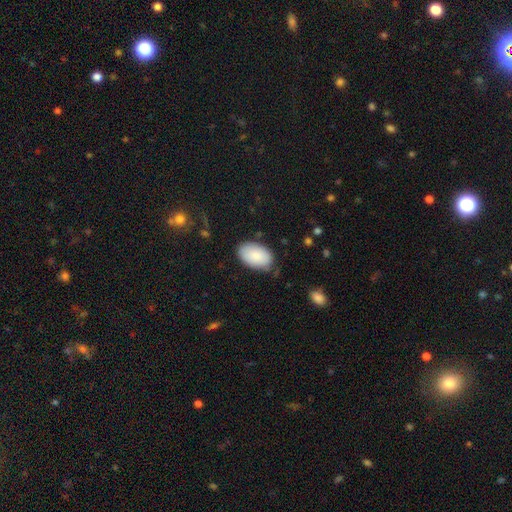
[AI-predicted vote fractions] smooth_or_featured: smooth (p=0.87) [alt: featured or disk p=0.07]
how_rounded: in between (p=0.94) [alt: round p=0.05]
merging: none (p=0.78) [alt: minor disturbance p=0.17]